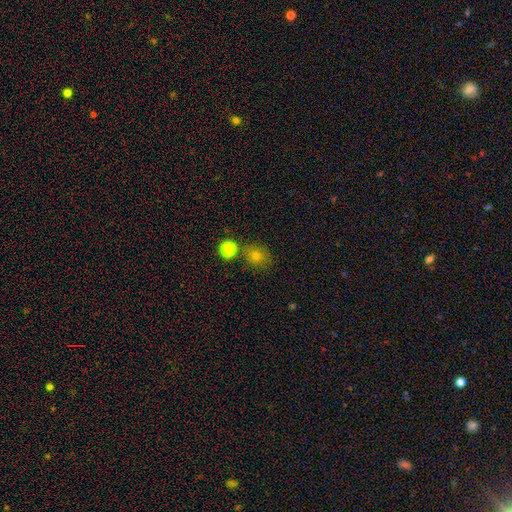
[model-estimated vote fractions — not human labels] Smooth or featured?
  - smooth: 73% *
  - star or artifact: 19%
  - featured or disk: 8%
How rounded?
  - round: 73% *
  - in between: 26%
  - cigar-shaped: 1%
Merging?
  - none: 73% *
  - merger: 13%
  - minor disturbance: 10%
  - major disturbance: 3%